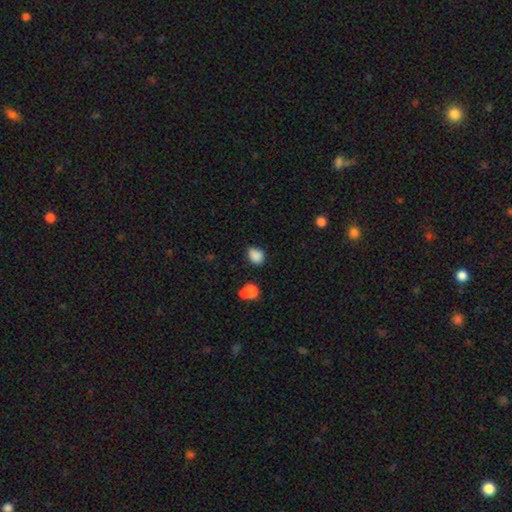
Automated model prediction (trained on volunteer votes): This appears to be a smooth galaxy with no disk features (84%) that is in between round and cigar-shaped (57%). Merging: none (64%).